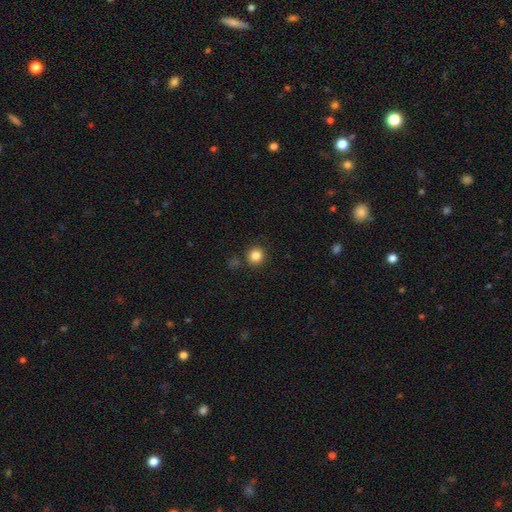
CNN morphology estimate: A smooth galaxy with no disk features (84%) that is round (92%).

Vote fractions:
- Smooth or featured? smooth: 84% / star or artifact: 11% / featured or disk: 5%
- How rounded? round: 92% / in between: 7% / cigar-shaped: 1%
- Merging? none: 85% / minor disturbance: 8% / merger: 5% / major disturbance: 3%